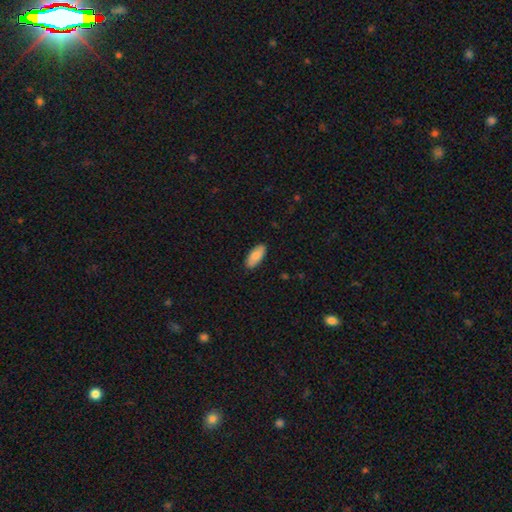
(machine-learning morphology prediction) Smooth or featured? smooth (86%)
How rounded? in between (85%)
Merging? none (88%)